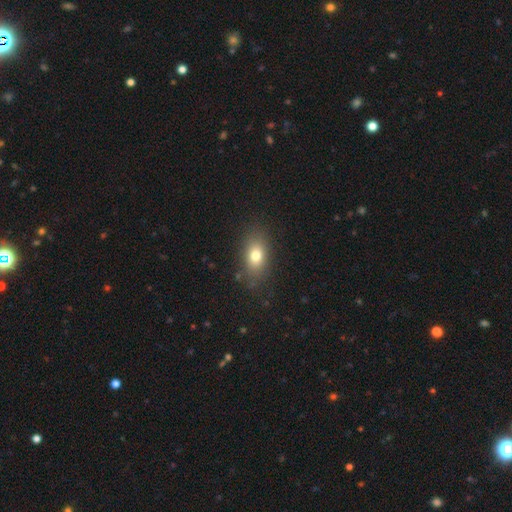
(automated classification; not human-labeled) Smooth or featured?
  - smooth: 77% *
  - featured or disk: 13%
  - star or artifact: 11%
How rounded?
  - in between: 80% *
  - round: 16%
  - cigar-shaped: 3%
Merging?
  - none: 83% *
  - minor disturbance: 11%
  - major disturbance: 4%
  - merger: 1%